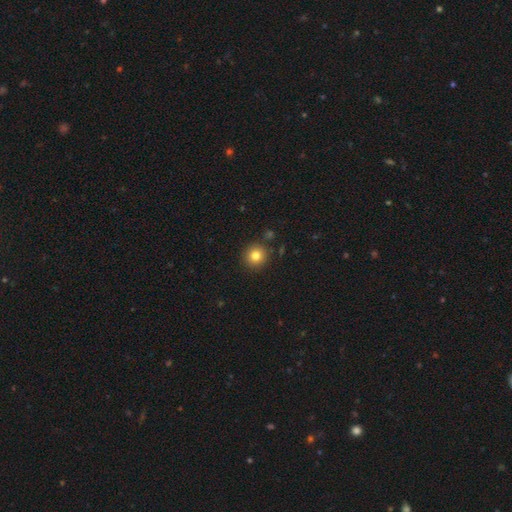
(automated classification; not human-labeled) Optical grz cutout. It shows a smooth galaxy with no disk features (81%) that is round (93%). Merging: none (88%).